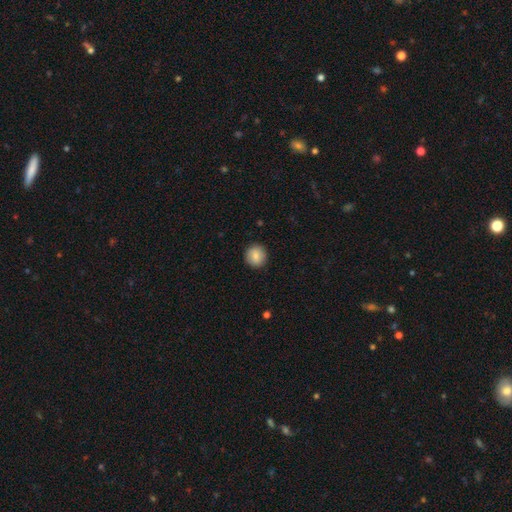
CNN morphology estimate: Smooth or featured: smooth — 85% (star or artifact — 8%)
How rounded: round — 91% (in between — 8%)
Merging: none — 91% (minor disturbance — 6%)